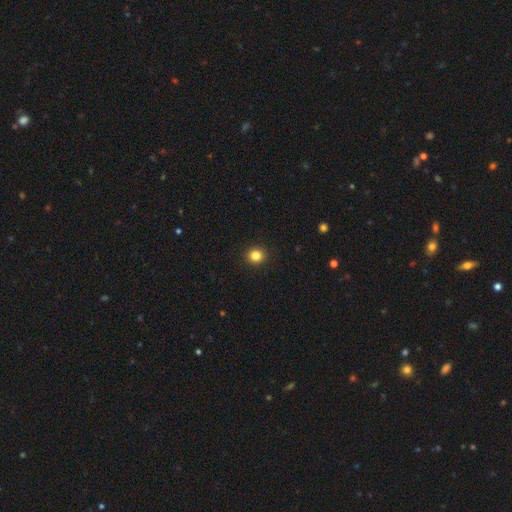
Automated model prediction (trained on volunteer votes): Q: Smooth or featured?
A: smooth (84%); runner-up: star or artifact (12%)
Q: How rounded?
A: round (87%); runner-up: in between (13%)
Q: Merging?
A: none (93%); runner-up: minor disturbance (5%)